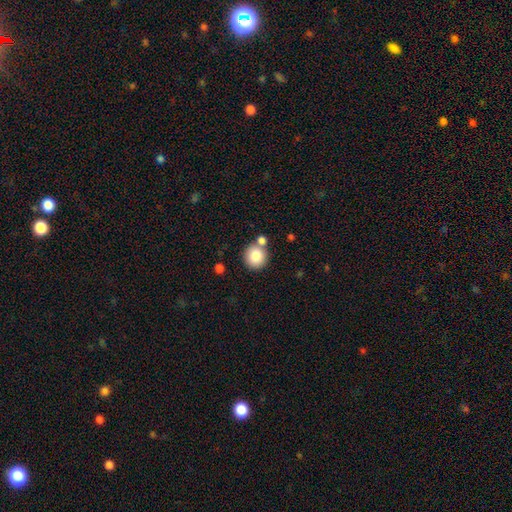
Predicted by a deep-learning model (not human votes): This is clearly a smooth galaxy (83%). How rounded: clearly round (91%). Merging: likely none (69%).